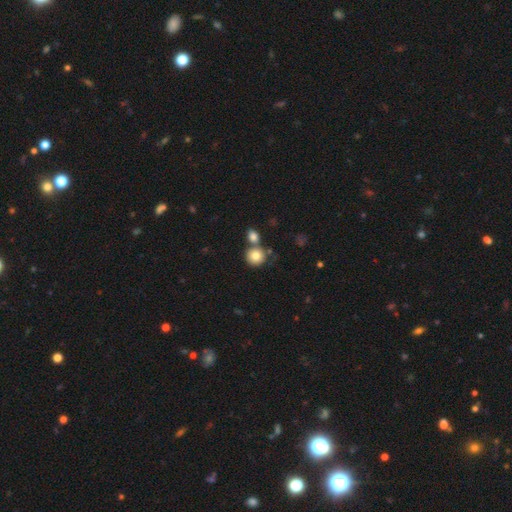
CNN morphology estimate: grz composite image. It shows a smooth galaxy with no disk features (81%) that is round (88%). Merging: none (58%).